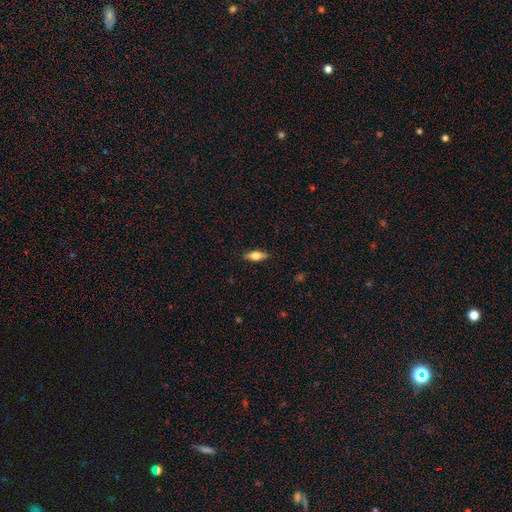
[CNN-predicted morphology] type=smooth (58%); roundness=in between (67%); merging=none (88%).